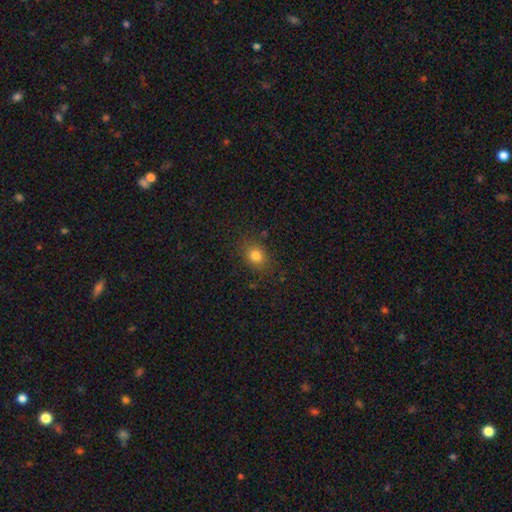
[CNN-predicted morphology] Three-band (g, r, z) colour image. It shows a smooth galaxy with no disk features (81%) that is round (55%). Merging: none (82%).